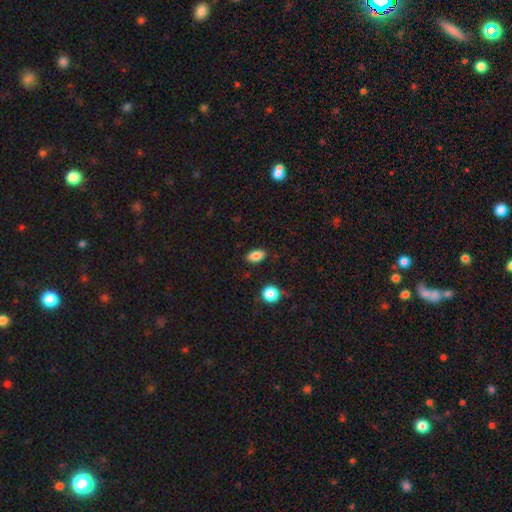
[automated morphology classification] Overall: smooth (83%). How rounded: in between (88%). Merging: none (86%).